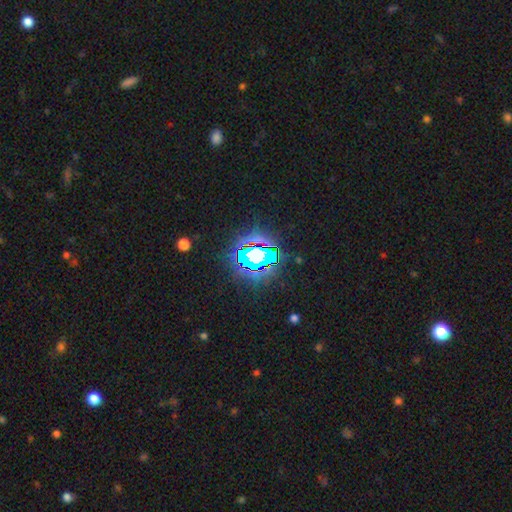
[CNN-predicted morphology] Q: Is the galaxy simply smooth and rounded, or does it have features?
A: star or artifact — 72%.